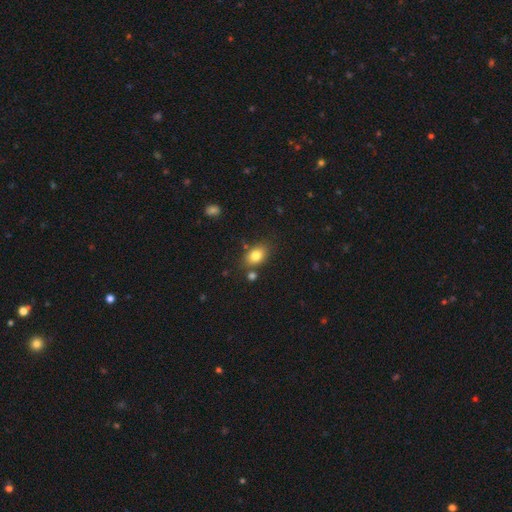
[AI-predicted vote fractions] Smooth or featured: smooth — 80% (featured or disk — 10%)
How rounded: in between — 78% (round — 20%)
Merging: none — 74% (minor disturbance — 14%)